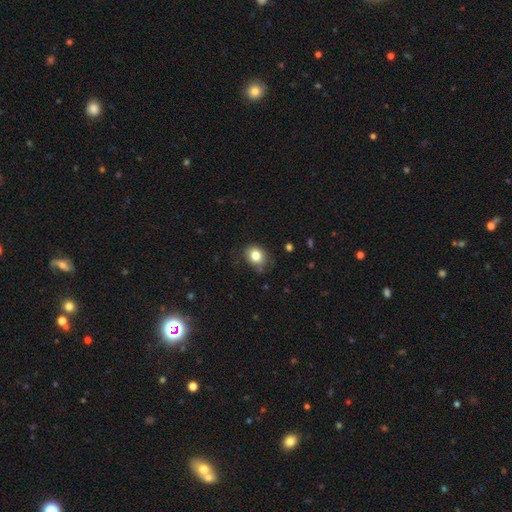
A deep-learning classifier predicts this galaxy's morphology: smooth_or_featured: smooth (p=0.81) [alt: star or artifact p=0.10]
how_rounded: round (p=0.57) [alt: in between p=0.42]
merging: none (p=0.75) [alt: minor disturbance p=0.19]